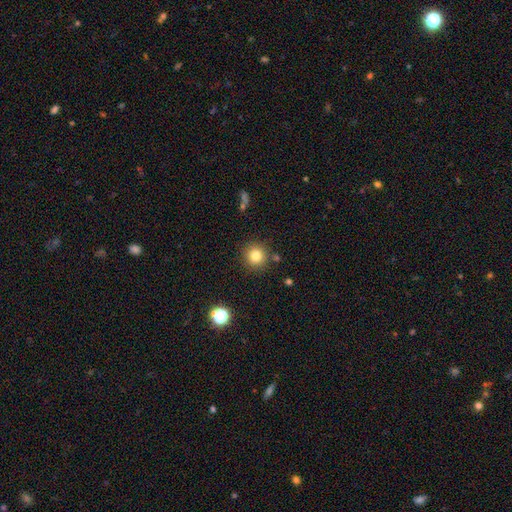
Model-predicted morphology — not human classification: smooth-or-featured: smooth: 81% | star or artifact: 13% | featured or disk: 7%
  how-rounded: round: 94% | in between: 5% | cigar-shaped: 1%
  merging: none: 86% | minor disturbance: 7% | merger: 4% | major disturbance: 3%